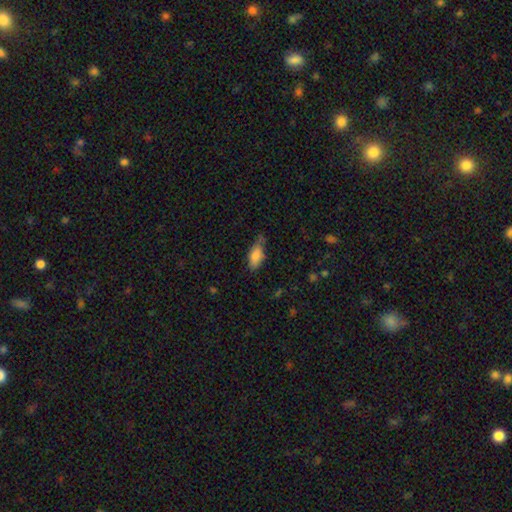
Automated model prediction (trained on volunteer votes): Smooth or featured: smooth — 82% (featured or disk — 11%)
How rounded: in between — 83% (cigar-shaped — 14%)
Merging: none — 51% (minor disturbance — 37%)